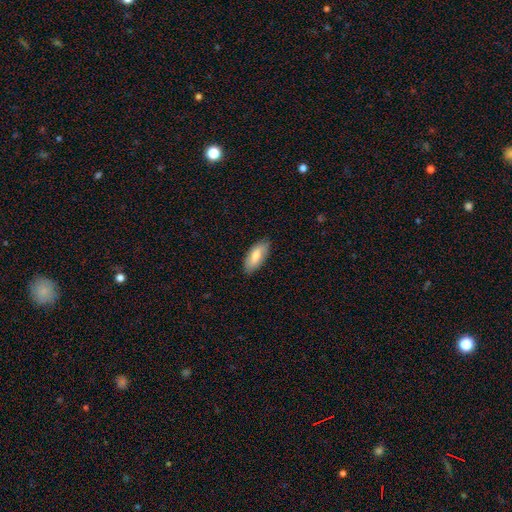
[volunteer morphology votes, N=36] A smooth galaxy with no disk features (78%) that is in between round and cigar-shaped (79%).

Vote fractions:
- Smooth or featured? smooth: 78% / featured or disk: 19% / star or artifact: 3%
- How rounded? in between: 79% / cigar-shaped: 21% / round: 0%
- Merging? none: 86% / minor disturbance: 11% / major disturbance: 3% / merger: 0%